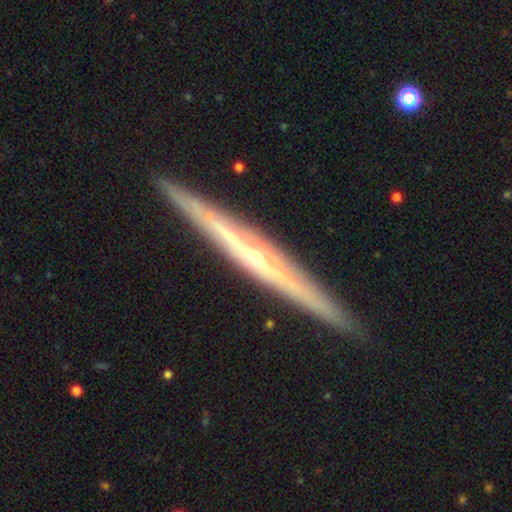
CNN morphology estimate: A featured or disk galaxy (85%) viewed edge-on (97%) with a rounded central bulge (74%). Merging: none (92%).